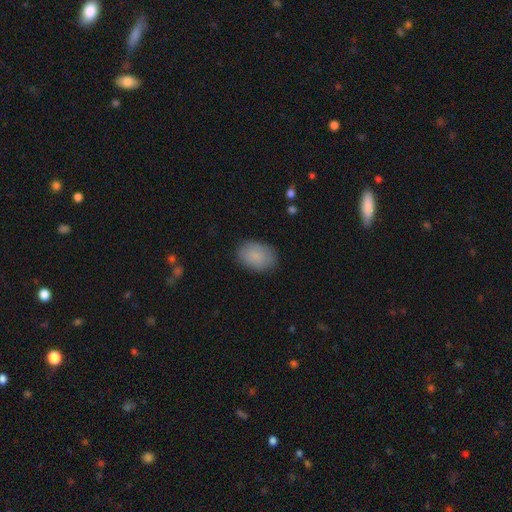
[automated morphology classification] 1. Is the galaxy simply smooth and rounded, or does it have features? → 86% smooth, 7% featured or disk, 7% star or artifact.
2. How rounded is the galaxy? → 80% in between, 19% round, 1% cigar-shaped.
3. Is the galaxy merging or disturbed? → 84% none, 12% minor disturbance, 3% major disturbance, 1% merger.